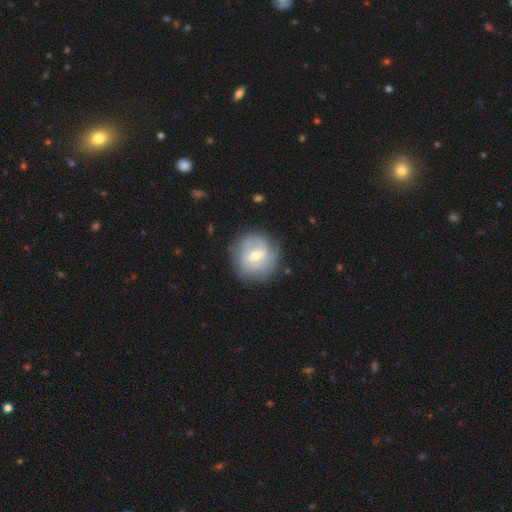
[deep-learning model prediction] The model was most divided on "spiral winding" (2-way tie): medium: 39%, tight: 39%, loose: 22%. Remaining: edge-on disk — no (97%); spiral arms — yes (85%); merging — none (78%); smooth or featured — featured or disk (64%); bar — weak (59%); bulge size — moderate (51%); spiral arm count — 2 (38%).